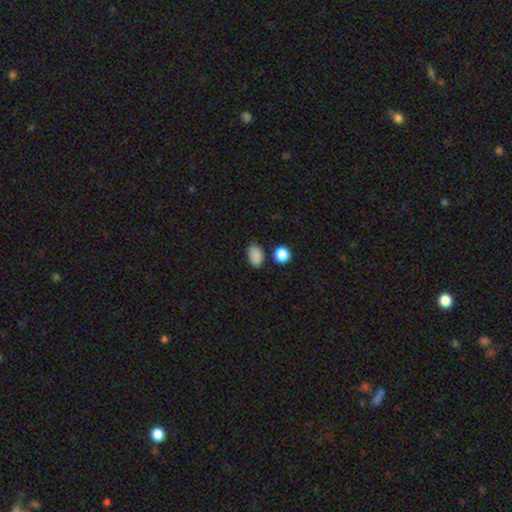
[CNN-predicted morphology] A smooth galaxy with no disk features (86%) that is in between round and cigar-shaped (83%).

Vote fractions:
- Smooth or featured? smooth: 86% / star or artifact: 11% / featured or disk: 4%
- How rounded? in between: 83% / round: 15% / cigar-shaped: 2%
- Merging? none: 74% / minor disturbance: 17% / merger: 6% / major disturbance: 4%